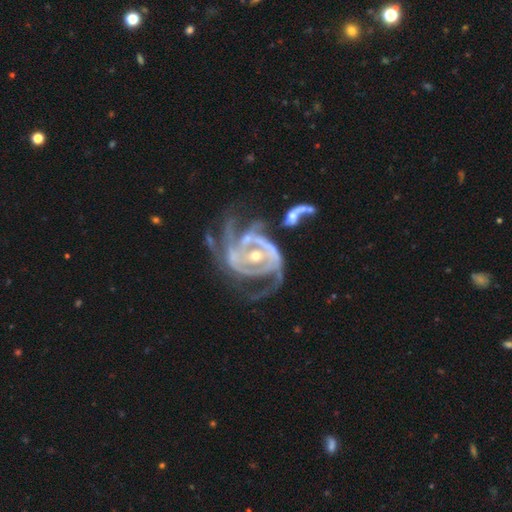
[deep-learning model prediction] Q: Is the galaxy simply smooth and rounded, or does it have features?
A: featured or disk — 91%.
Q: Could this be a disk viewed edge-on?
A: no — 98%.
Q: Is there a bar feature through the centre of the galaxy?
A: no — 47%.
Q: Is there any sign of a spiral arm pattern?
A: yes — 95%.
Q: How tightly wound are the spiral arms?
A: tight — 42%, tied with medium.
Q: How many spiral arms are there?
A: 2 — 36%.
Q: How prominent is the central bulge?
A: moderate — 48%.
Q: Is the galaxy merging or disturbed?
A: major disturbance — 32%.